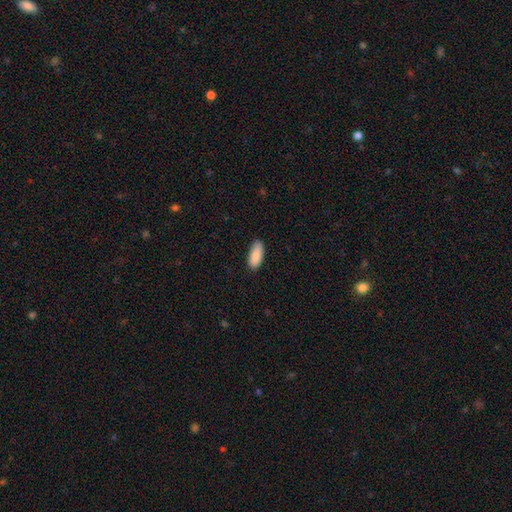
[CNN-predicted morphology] A smooth galaxy with no disk features (89%) that is in between round and cigar-shaped (85%).

Vote fractions:
- Smooth or featured? smooth: 89% / star or artifact: 6% / featured or disk: 5%
- How rounded? in between: 85% / cigar-shaped: 13% / round: 2%
- Merging? none: 82% / minor disturbance: 15% / major disturbance: 2% / merger: 1%